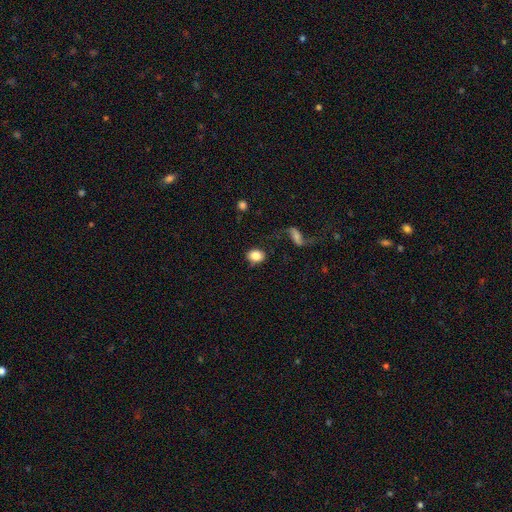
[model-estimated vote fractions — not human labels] smooth_or_featured: smooth (p=0.83) [alt: featured or disk p=0.10]
how_rounded: in between (p=0.63) [alt: round p=0.36]
merging: none (p=0.74) [alt: minor disturbance p=0.16]